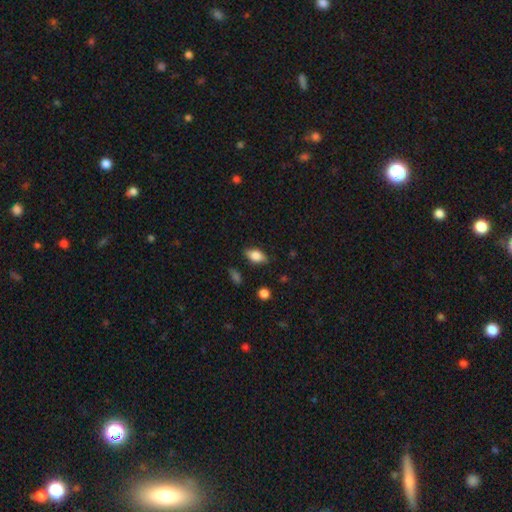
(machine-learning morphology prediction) smooth 78%, featured or disk 14%, star or artifact 8%. Down the decision tree: how rounded — in between (88%); merging — none (83%).